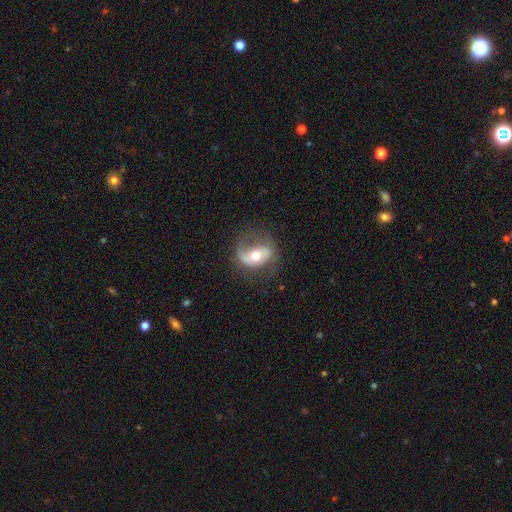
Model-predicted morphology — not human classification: A featured or disk galaxy (69%) with no bar (41%), 2 (54%) loose (48%) spiral arms (85%) and a moderate central bulge (72%). Merging: none (56%).